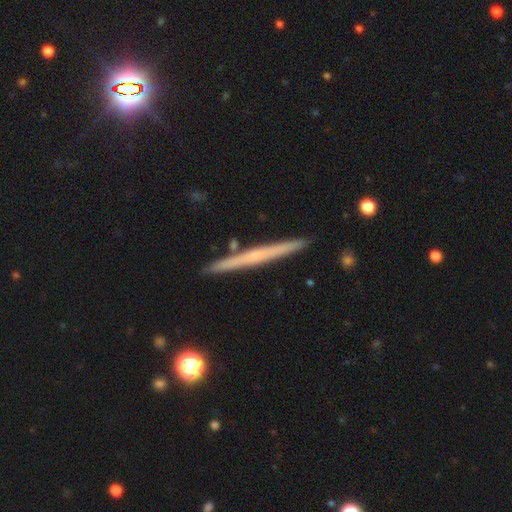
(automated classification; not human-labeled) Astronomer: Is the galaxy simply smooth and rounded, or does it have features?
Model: featured or disk — 59%.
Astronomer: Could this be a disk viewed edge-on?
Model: yes — 97%.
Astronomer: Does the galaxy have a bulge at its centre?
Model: none — 75%.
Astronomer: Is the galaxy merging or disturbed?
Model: none — 91%.